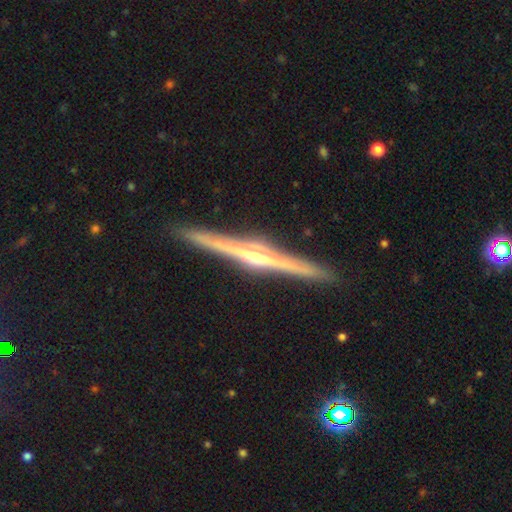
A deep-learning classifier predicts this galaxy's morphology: Overall: featured or disk (87%). Edge-on disk: yes (99%). Edge-on bulge: rounded (87%). Merging: none (92%).